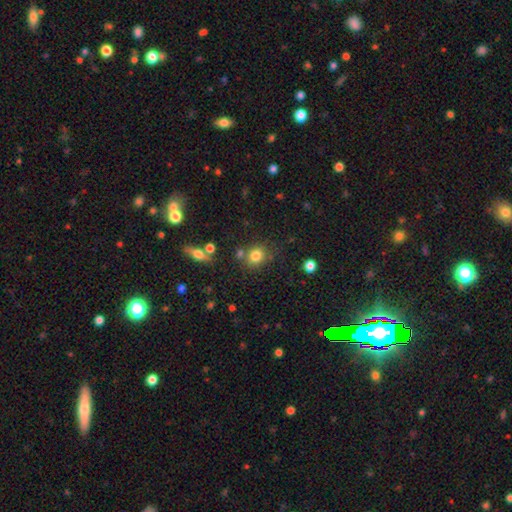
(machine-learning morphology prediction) Smooth or featured? Predicted: smooth (p=0.80). How rounded? Predicted: round (p=0.69). Merging? Predicted: none (p=0.69).